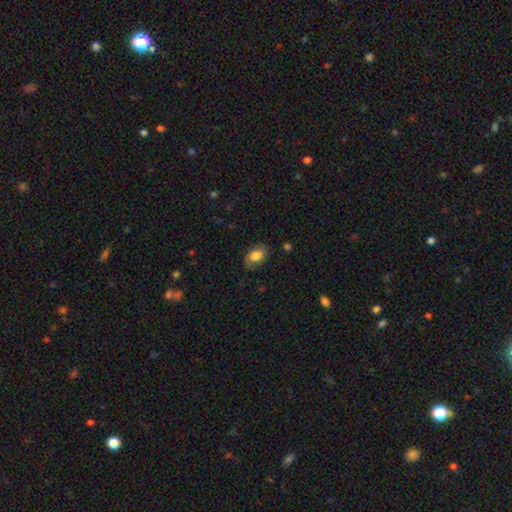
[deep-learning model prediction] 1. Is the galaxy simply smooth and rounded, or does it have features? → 79% smooth, 14% featured or disk, 7% star or artifact.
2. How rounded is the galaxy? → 88% in between, 11% round, 1% cigar-shaped.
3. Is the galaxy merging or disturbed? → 79% none, 16% minor disturbance, 4% major disturbance, 1% merger.